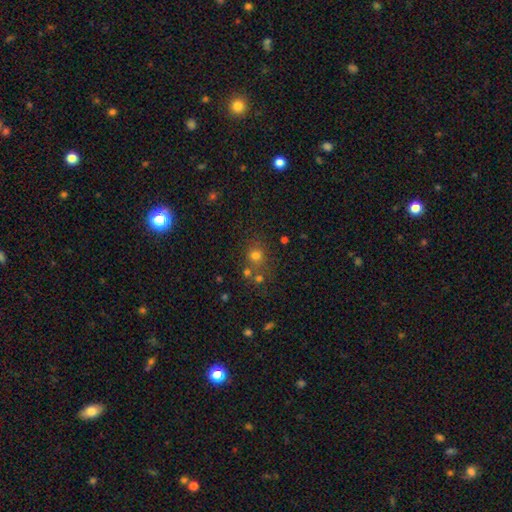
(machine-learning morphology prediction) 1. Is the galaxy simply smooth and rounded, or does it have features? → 70% smooth, 21% star or artifact, 10% featured or disk.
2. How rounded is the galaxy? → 83% round, 16% in between, 1% cigar-shaped.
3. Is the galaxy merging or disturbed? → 66% none, 19% merger, 11% minor disturbance, 5% major disturbance.